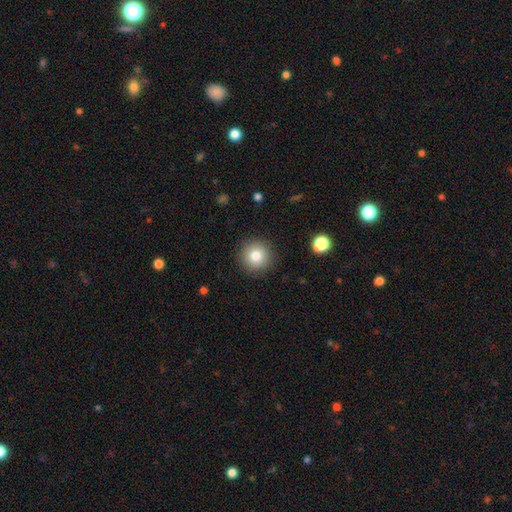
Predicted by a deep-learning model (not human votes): Smooth or featured? Predicted: smooth (p=0.81). How rounded? Predicted: round (p=0.95). Merging? Predicted: none (p=0.91).